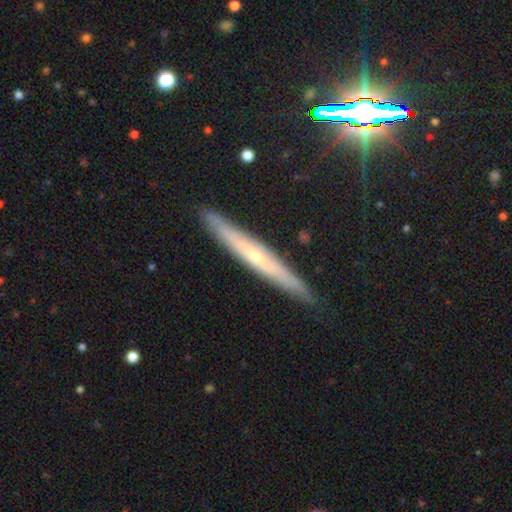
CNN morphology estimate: This is likely a featured or disk galaxy (62%). It is clearly viewed edge-on (92%). Edge-on bulge: possibly rounded (51%). Merging: clearly none (89%).